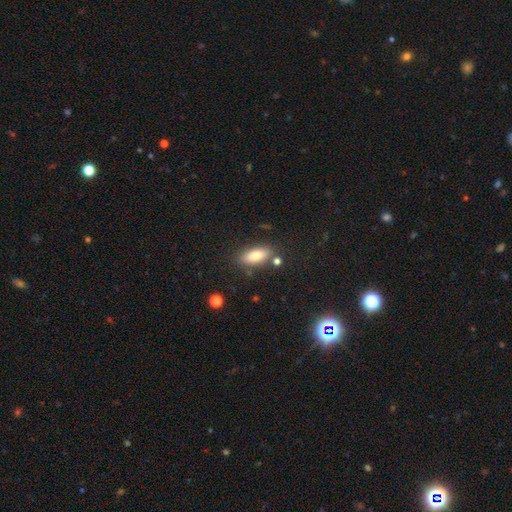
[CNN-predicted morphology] type=smooth (79%); roundness=in between (79%); merging=none (80%).